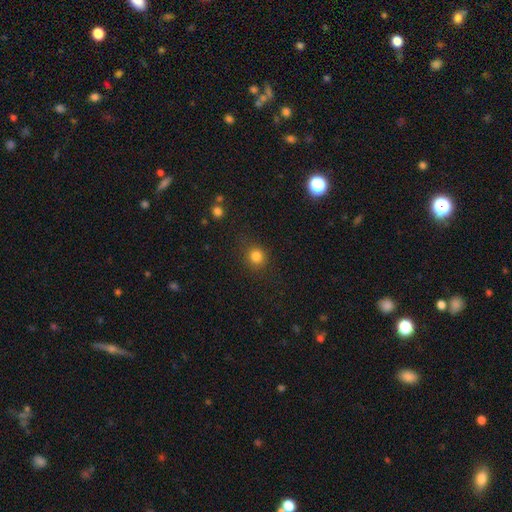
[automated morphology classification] This appears to be a smooth galaxy with no disk features (83%) that is round (89%). Merging: none (85%).